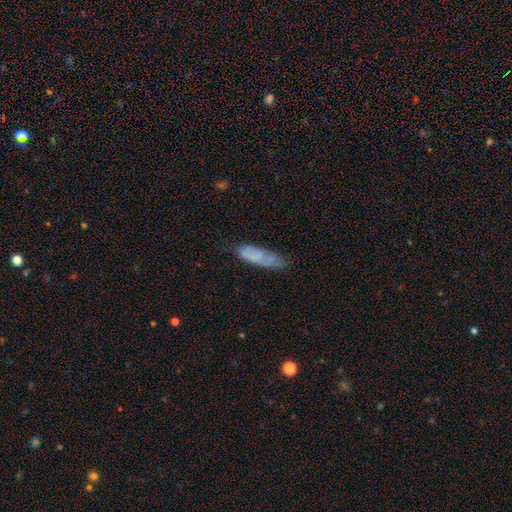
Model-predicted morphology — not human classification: Smooth or featured?
  - smooth: 57% *
  - featured or disk: 34%
  - star or artifact: 9%
How rounded?
  - cigar-shaped: 51% *
  - in between: 47%
  - round: 2%
Merging?
  - none: 56% *
  - minor disturbance: 29%
  - major disturbance: 12%
  - merger: 4%